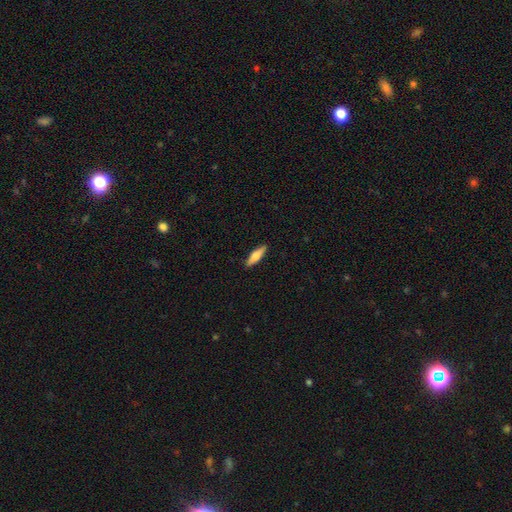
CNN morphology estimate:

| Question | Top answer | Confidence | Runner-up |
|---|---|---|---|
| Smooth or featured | smooth | 58% | featured or disk (37%) |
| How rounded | cigar-shaped | 64% | in between (34%) |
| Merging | none | 90% | minor disturbance (7%) |